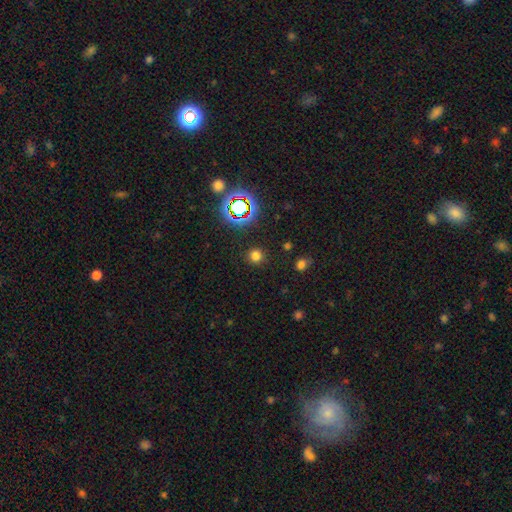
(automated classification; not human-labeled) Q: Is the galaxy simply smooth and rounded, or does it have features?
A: smooth — 73%.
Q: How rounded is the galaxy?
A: round — 93%.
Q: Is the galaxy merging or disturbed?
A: none — 89%.